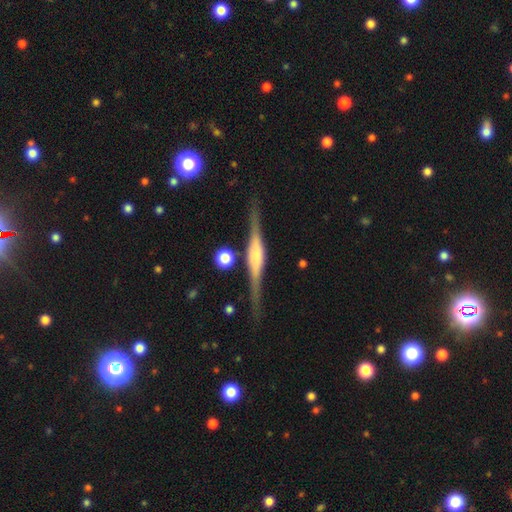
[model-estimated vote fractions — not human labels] Smooth or featured?
  - featured or disk: 81% *
  - smooth: 13%
  - star or artifact: 6%
Edge-on disk?
  - yes: 98% *
  - no: 2%
Edge-on bulge?
  - rounded: 65% *
  - boxy: 29%
  - none: 6%
Merging?
  - none: 83% *
  - minor disturbance: 11%
  - merger: 3%
  - major disturbance: 3%